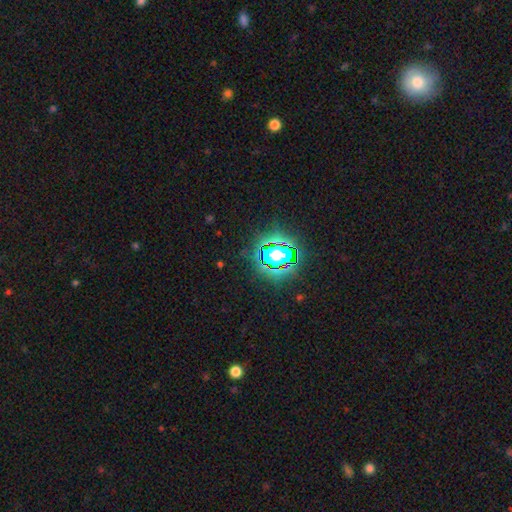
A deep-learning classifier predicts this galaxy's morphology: Smooth or featured?
  - star or artifact: 79% *
  - smooth: 13%
  - featured or disk: 8%